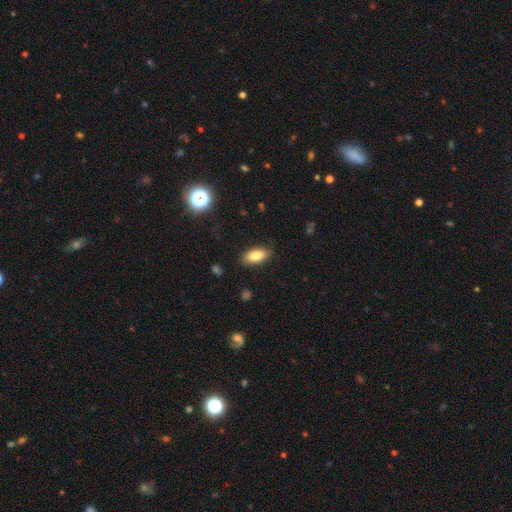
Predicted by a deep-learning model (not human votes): This appears to be a smooth galaxy with no disk features (85%) that is in between round and cigar-shaped (87%). Merging: none (86%).